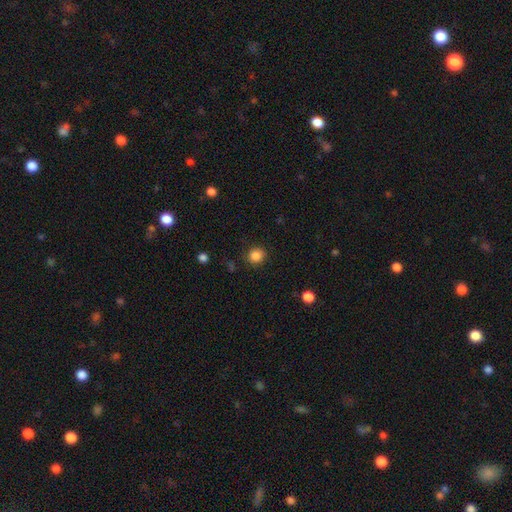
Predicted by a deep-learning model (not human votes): Smooth or featured: smooth — 86% (star or artifact — 11%)
How rounded: round — 87% (in between — 12%)
Merging: none — 87% (minor disturbance — 9%)